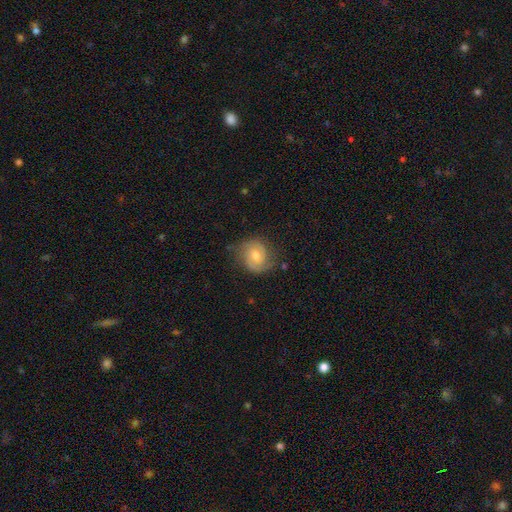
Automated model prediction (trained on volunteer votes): Smooth or featured? Predicted: featured or disk (p=0.73). Edge-on disk? Predicted: no (p=0.98). Bar? Predicted: weak (p=0.50). Spiral arms? Predicted: yes (p=0.95). Spiral winding? Predicted: tight (p=0.48). Spiral arm count? Predicted: 2 (p=0.83). Bulge size? Predicted: moderate (p=0.56). Merging? Predicted: none (p=0.73).